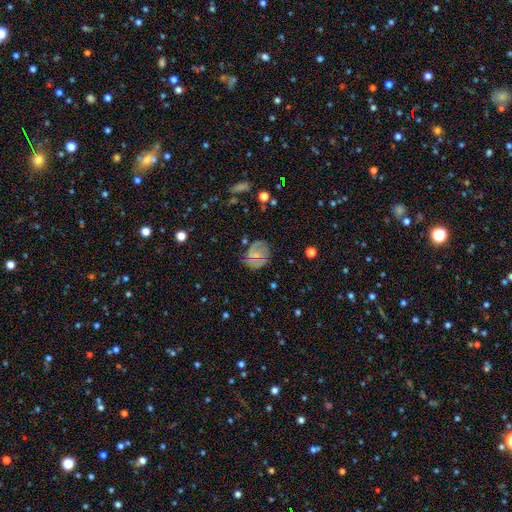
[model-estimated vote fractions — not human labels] Q: Smooth or featured?
A: featured or disk (50%); runner-up: smooth (38%)
Q: Edge-on disk?
A: no (97%); runner-up: yes (3%)
Q: Merging?
A: none (62%); runner-up: minor disturbance (23%)